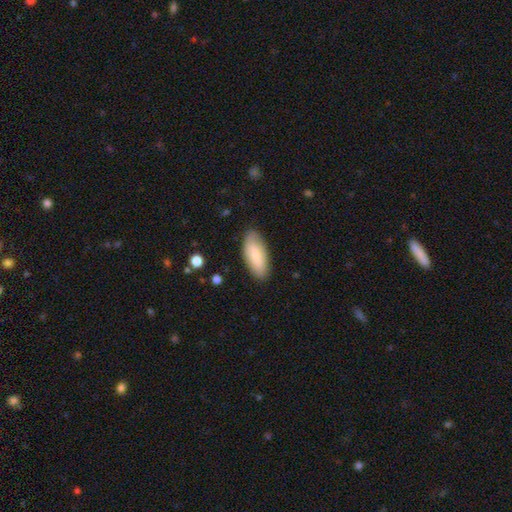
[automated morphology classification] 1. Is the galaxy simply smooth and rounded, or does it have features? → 75% smooth, 19% featured or disk, 6% star or artifact.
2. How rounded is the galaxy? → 85% in between, 13% cigar-shaped, 2% round.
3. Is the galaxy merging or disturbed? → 83% none, 13% minor disturbance, 3% major disturbance, 1% merger.